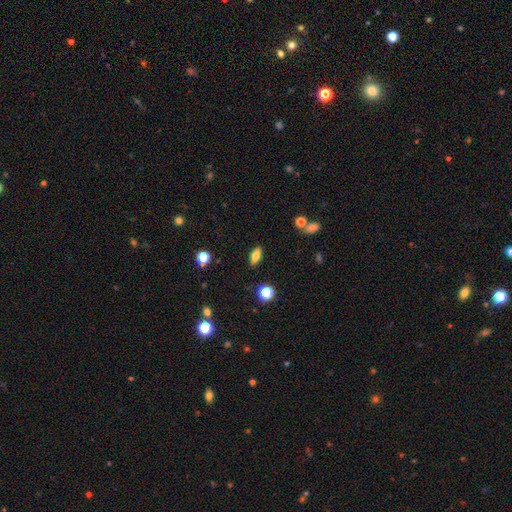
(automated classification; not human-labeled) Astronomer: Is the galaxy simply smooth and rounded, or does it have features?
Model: smooth — 68%.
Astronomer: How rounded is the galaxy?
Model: in between — 76%.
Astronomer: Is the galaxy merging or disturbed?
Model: none — 87%.